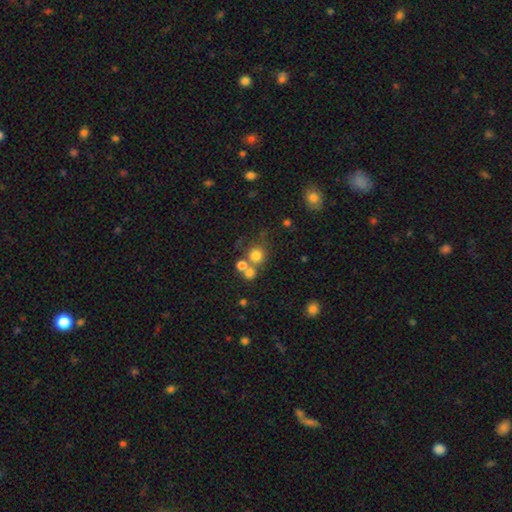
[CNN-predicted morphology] smooth 73%, star or artifact 15%, featured or disk 12%. Down the decision tree: how rounded — round (88%); merging — none (55%).